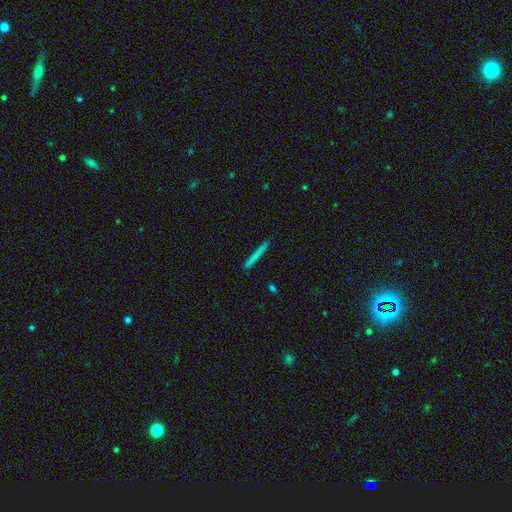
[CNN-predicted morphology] smooth-or-featured: smooth: 66% | featured or disk: 27% | star or artifact: 7%
  how-rounded: cigar-shaped: 96% | in between: 2% | round: 1%
  merging: none: 90% | minor disturbance: 7% | major disturbance: 1% | merger: 1%